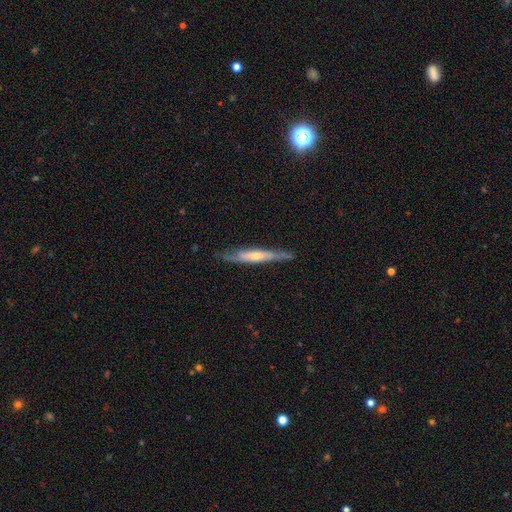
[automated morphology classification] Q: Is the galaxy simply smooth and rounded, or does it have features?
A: featured or disk — 69%.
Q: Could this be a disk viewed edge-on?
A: yes — 94%.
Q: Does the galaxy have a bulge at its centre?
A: rounded — 72%.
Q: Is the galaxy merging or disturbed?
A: none — 87%.